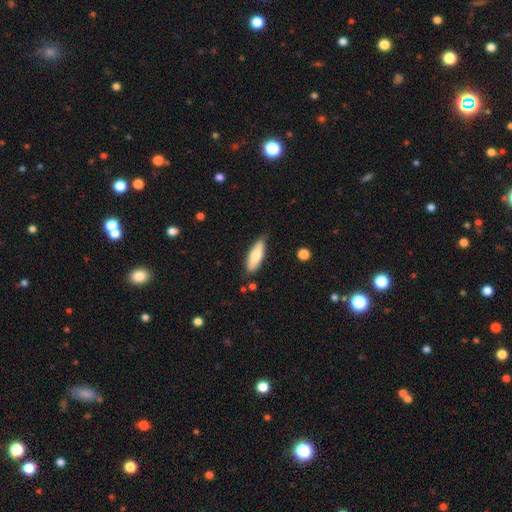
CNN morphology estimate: Smooth or featured?
  - smooth: 76% *
  - featured or disk: 18%
  - star or artifact: 6%
How rounded?
  - in between: 58% *
  - cigar-shaped: 40%
  - round: 2%
Merging?
  - none: 79% *
  - minor disturbance: 16%
  - major disturbance: 3%
  - merger: 2%